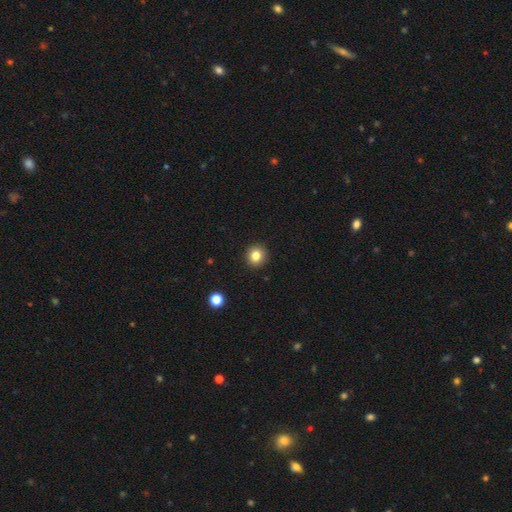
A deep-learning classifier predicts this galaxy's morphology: A smooth galaxy with no disk features (82%) that is round (89%).

Vote fractions:
- Smooth or featured? smooth: 82% / star or artifact: 11% / featured or disk: 7%
- How rounded? round: 89% / in between: 10% / cigar-shaped: 1%
- Merging? none: 92% / minor disturbance: 5% / major disturbance: 2% / merger: 1%